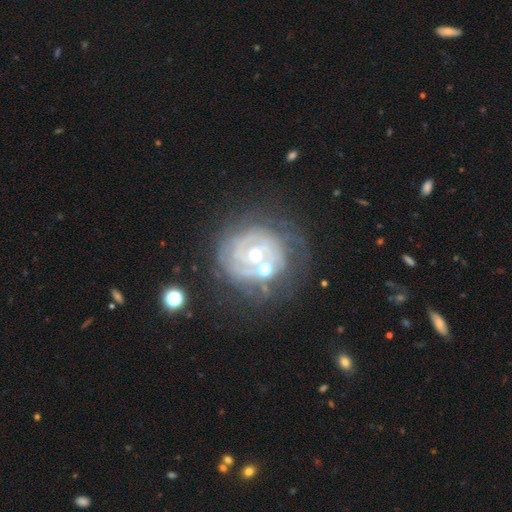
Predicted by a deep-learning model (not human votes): Smooth or featured? Predicted: featured or disk (p=0.80). Edge-on disk? Predicted: no (p=0.97). Bar? Predicted: no (p=0.66). Spiral arms? Predicted: yes (p=0.83). Spiral winding? Predicted: tight (p=0.73). Spiral arm count? Predicted: can't tell (p=0.41). Bulge size? Predicted: moderate (p=0.62). Merging? Predicted: none (p=0.61).